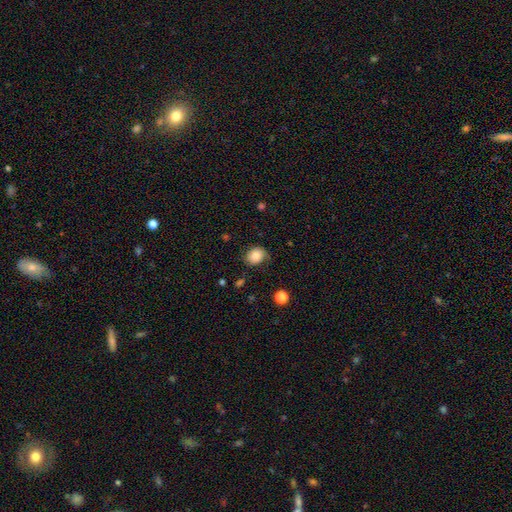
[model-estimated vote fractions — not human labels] Smooth or featured: smooth — 76% (featured or disk — 15%)
How rounded: round — 62% (in between — 37%)
Merging: none — 67% (minor disturbance — 24%)